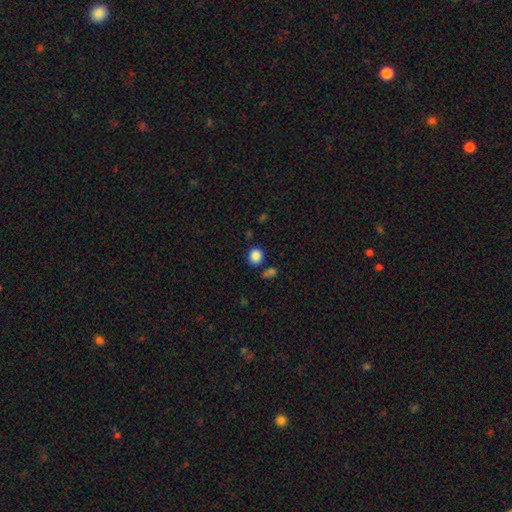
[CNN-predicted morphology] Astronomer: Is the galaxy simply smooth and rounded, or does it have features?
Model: smooth — 87%.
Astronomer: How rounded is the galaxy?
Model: round — 80%.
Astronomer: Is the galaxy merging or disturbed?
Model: none — 80%.